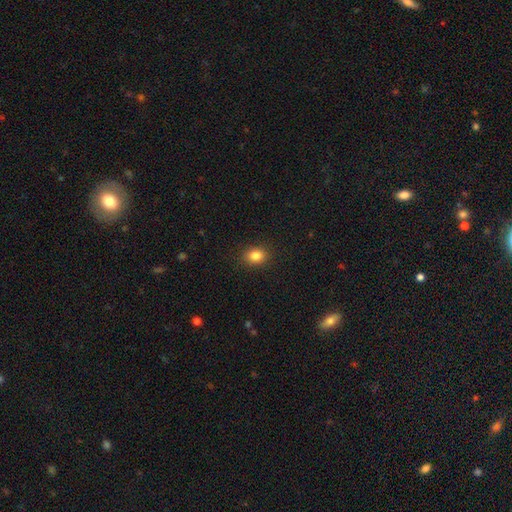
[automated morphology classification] Smooth or featured: smooth — 85% (star or artifact — 10%)
How rounded: in between — 51% (round — 48%)
Merging: none — 89% (minor disturbance — 8%)